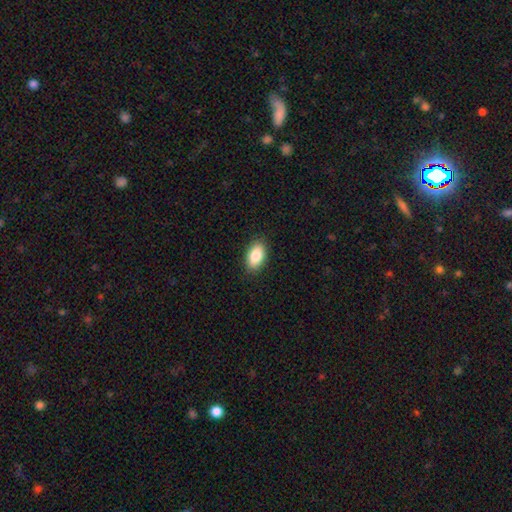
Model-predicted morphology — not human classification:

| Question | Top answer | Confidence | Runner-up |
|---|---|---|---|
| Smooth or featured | smooth | 85% | featured or disk (8%) |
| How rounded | in between | 92% | round (6%) |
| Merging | none | 89% | minor disturbance (9%) |